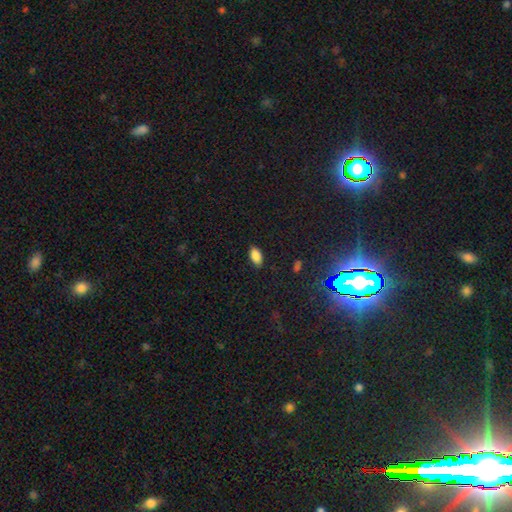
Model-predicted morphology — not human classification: smooth-or-featured: smooth: 86% | star or artifact: 10% | featured or disk: 5%
  how-rounded: in between: 92% | round: 4% | cigar-shaped: 4%
  merging: none: 86% | minor disturbance: 11% | major disturbance: 2% | merger: 1%